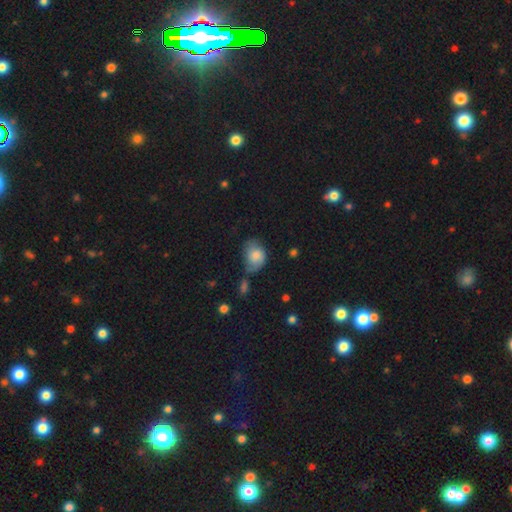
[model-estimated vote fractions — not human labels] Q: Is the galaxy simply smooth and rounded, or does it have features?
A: smooth — 72%.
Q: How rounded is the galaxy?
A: in between — 68%.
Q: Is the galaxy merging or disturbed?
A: none — 42%.